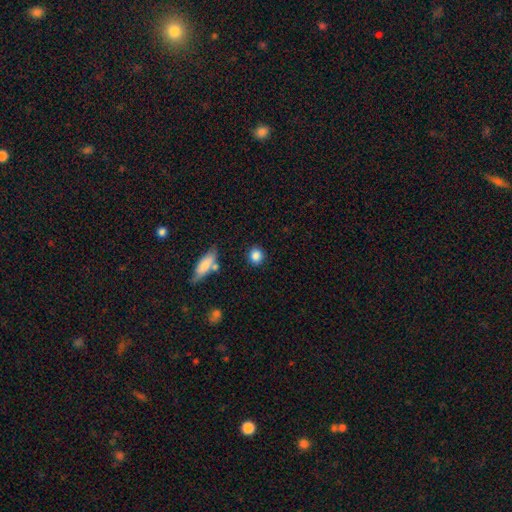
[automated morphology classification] Smooth or featured? Predicted: smooth (p=0.85). How rounded? Predicted: round (p=0.81). Merging? Predicted: none (p=0.83).